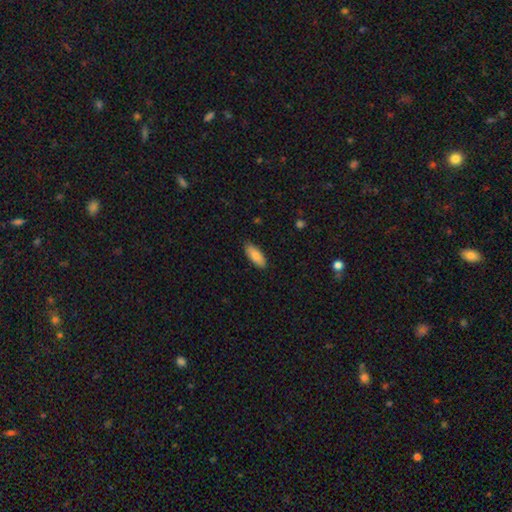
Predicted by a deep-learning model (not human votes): smooth_or_featured: smooth (p=0.83) [alt: featured or disk p=0.11]
how_rounded: in between (p=0.76) [alt: cigar-shaped p=0.22]
merging: none (p=0.87) [alt: minor disturbance p=0.10]